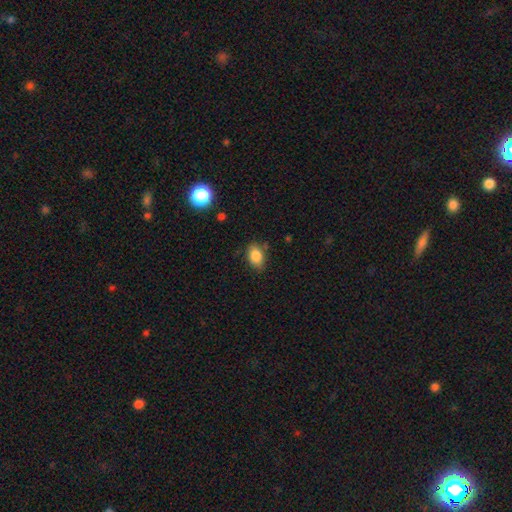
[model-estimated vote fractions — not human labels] A smooth galaxy with no disk features (85%) that is in between round and cigar-shaped (83%). Merging: none (78%).